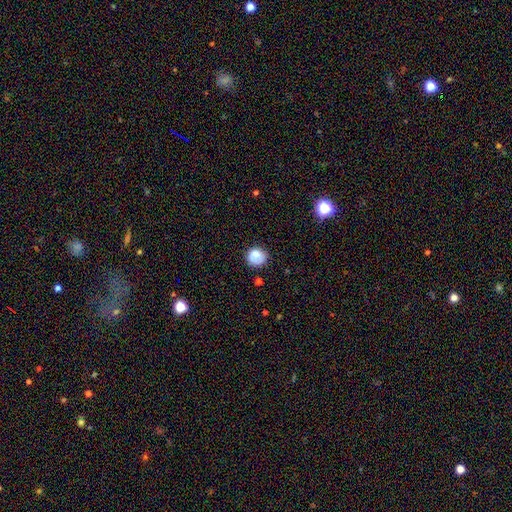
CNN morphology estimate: This appears to be a smooth galaxy with no disk features (80%) that is round (87%). Merging: none (74%).